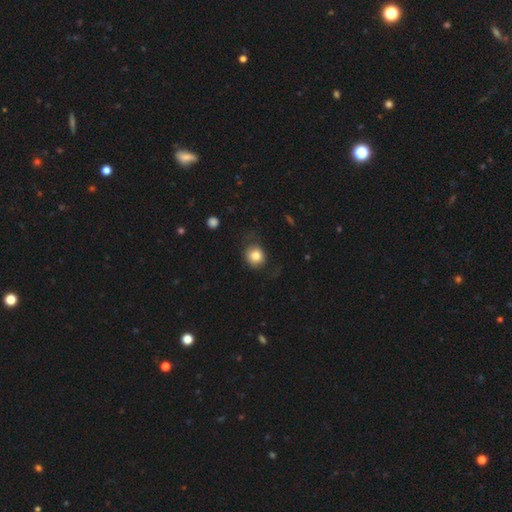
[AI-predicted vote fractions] This appears to be a smooth galaxy with no disk features (80%) that is round (79%). Merging: none (70%).